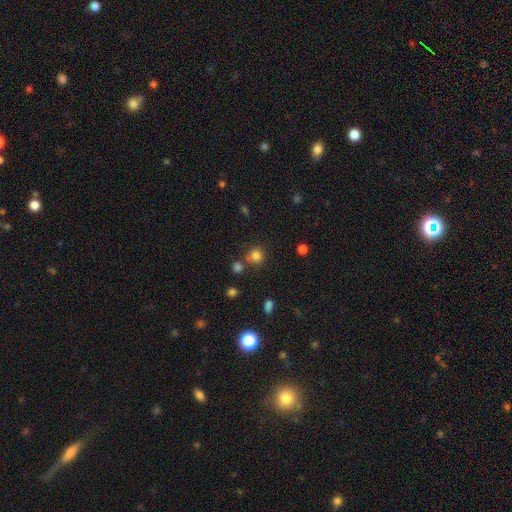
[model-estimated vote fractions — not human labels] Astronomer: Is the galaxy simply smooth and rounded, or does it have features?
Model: smooth — 80%.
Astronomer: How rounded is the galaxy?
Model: round — 89%.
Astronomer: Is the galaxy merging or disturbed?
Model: none — 72%.